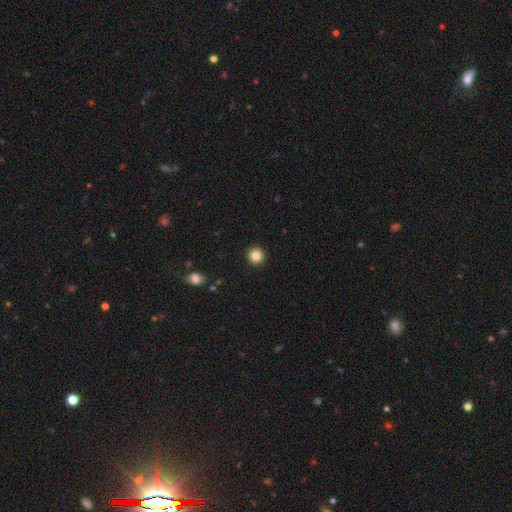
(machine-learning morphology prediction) This appears to be a smooth galaxy with no disk features (84%) that is round (95%). Merging: none (93%).